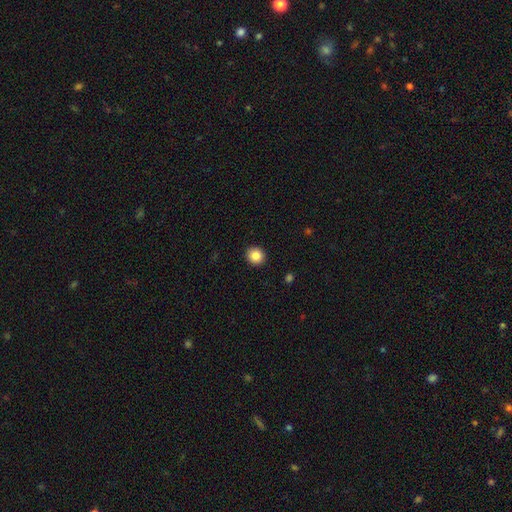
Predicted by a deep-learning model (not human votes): Smooth or featured: smooth — 85% (star or artifact — 9%)
How rounded: round — 86% (in between — 13%)
Merging: none — 93% (minor disturbance — 5%)